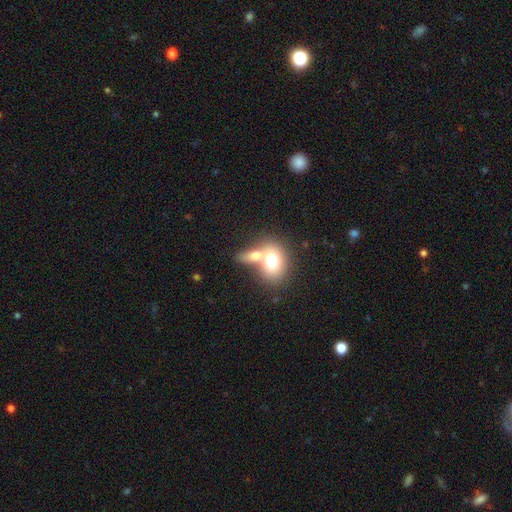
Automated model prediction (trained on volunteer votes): This appears to be a smooth galaxy with no disk features (71%) that is in between round and cigar-shaped (68%). Merging: merger (61%).